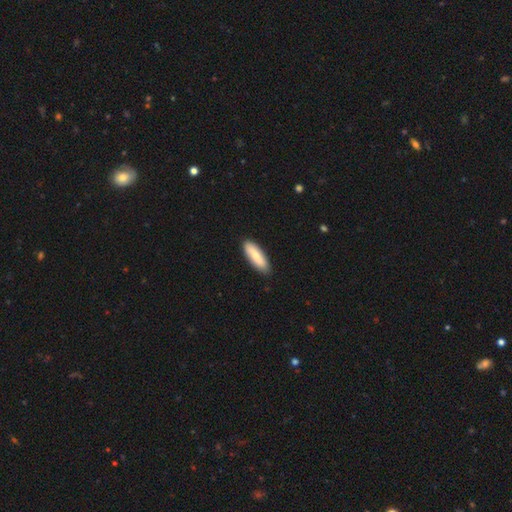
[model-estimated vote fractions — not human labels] A smooth galaxy with no disk features (75%) that is in between round and cigar-shaped (55%).

Vote fractions:
- Smooth or featured? smooth: 75% / featured or disk: 21% / star or artifact: 5%
- How rounded? in between: 55% / cigar-shaped: 44% / round: 2%
- Merging? none: 88% / minor disturbance: 9% / major disturbance: 2% / merger: 1%